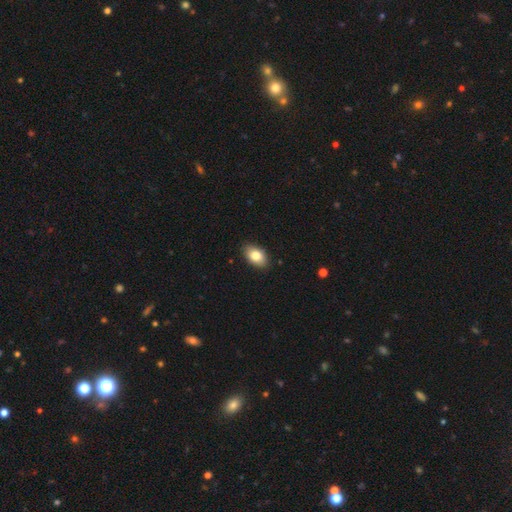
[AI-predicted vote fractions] Q: Smooth or featured?
A: smooth (82%); runner-up: featured or disk (11%)
Q: How rounded?
A: in between (90%); runner-up: round (8%)
Q: Merging?
A: none (87%); runner-up: minor disturbance (10%)